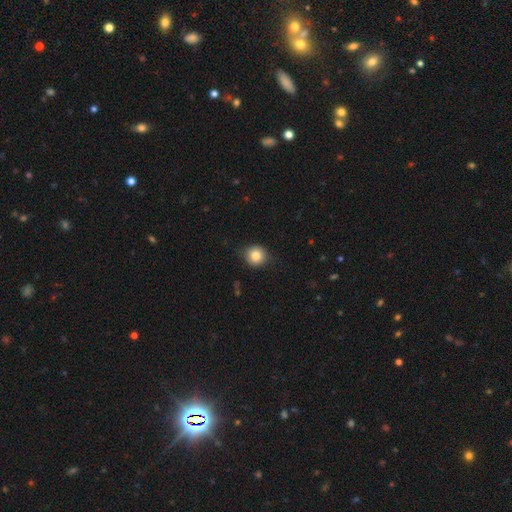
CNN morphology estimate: This appears to be a smooth galaxy with no disk features (82%) that is round (91%). Merging: none (81%).